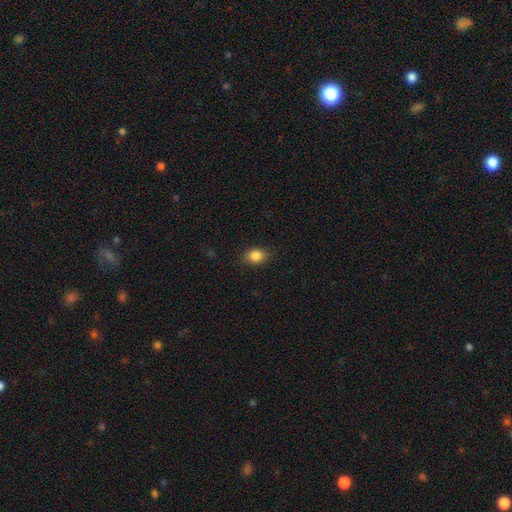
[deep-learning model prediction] This appears to be a smooth galaxy with no disk features (85%) that is in between round and cigar-shaped (63%). Merging: none (85%).